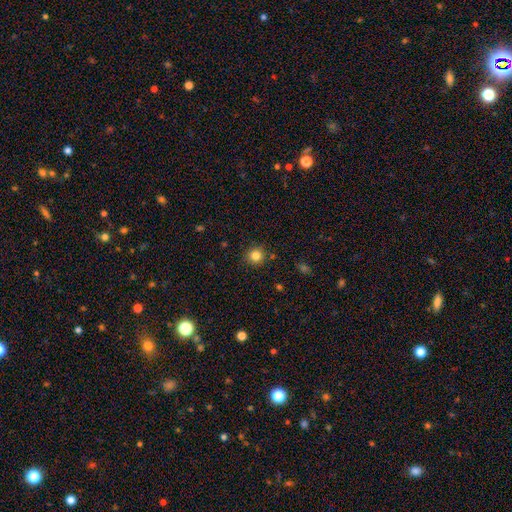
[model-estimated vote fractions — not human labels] Smooth or featured?
  - smooth: 83% *
  - star or artifact: 12%
  - featured or disk: 5%
How rounded?
  - round: 93% *
  - in between: 6%
  - cigar-shaped: 1%
Merging?
  - none: 88% *
  - minor disturbance: 7%
  - merger: 3%
  - major disturbance: 2%